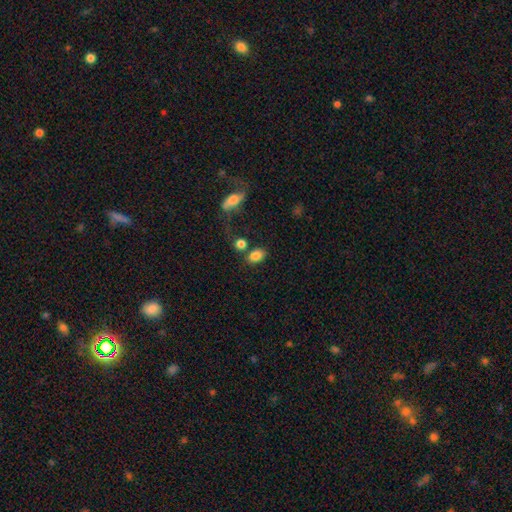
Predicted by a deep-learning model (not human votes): This is clearly a smooth galaxy (82%). How rounded: likely in between (79%). Merging: likely none (66%).